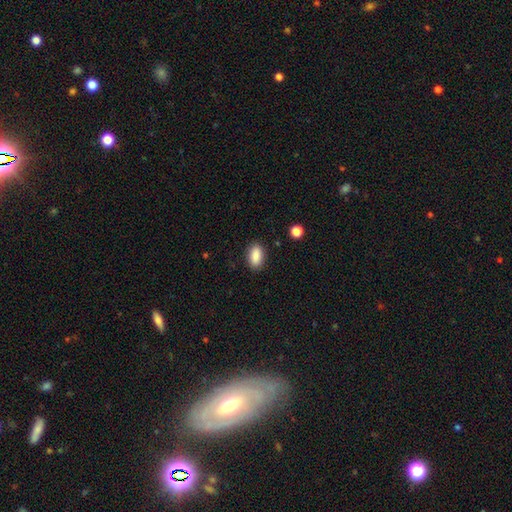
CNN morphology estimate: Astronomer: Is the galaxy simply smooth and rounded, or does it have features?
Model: smooth — 89%.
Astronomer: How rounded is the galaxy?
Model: in between — 92%.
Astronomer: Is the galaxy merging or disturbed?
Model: none — 88%.